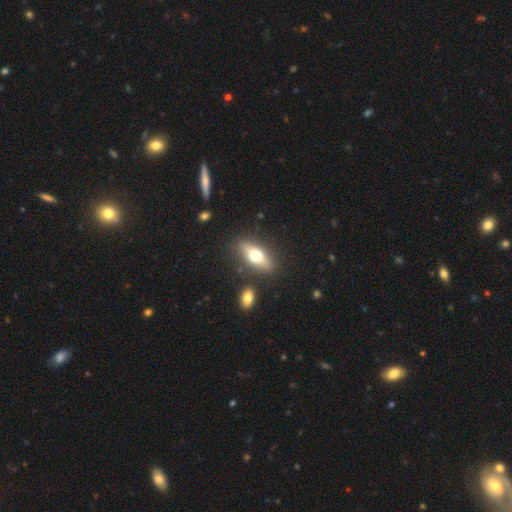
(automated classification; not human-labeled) Q: Smooth or featured?
A: smooth (60%); runner-up: featured or disk (33%)
Q: How rounded?
A: in between (71%); runner-up: cigar-shaped (24%)
Q: Merging?
A: none (82%); runner-up: minor disturbance (10%)